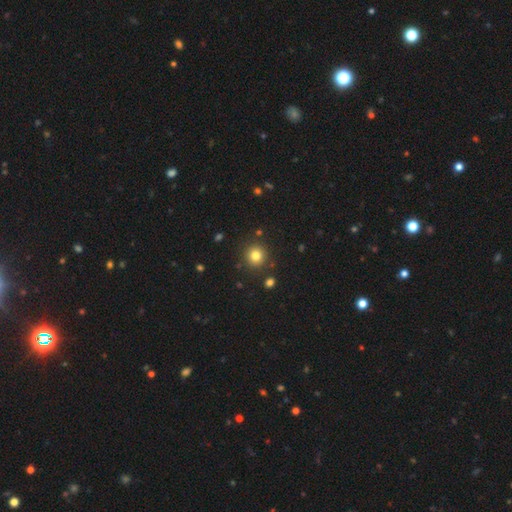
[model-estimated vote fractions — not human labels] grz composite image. It shows a smooth galaxy with no disk features (80%) that is round (93%). Merging: none (88%).